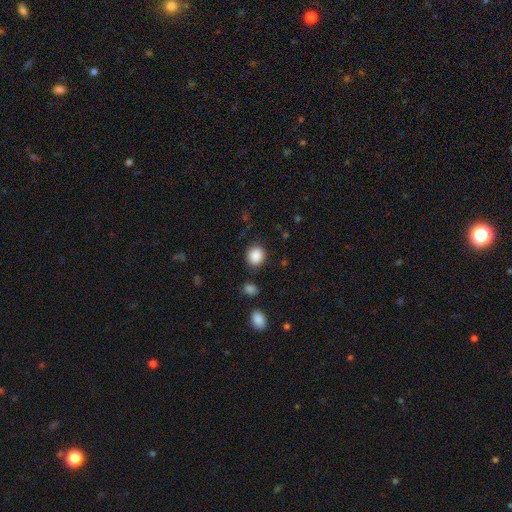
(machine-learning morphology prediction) smooth 89%, star or artifact 8%, featured or disk 3%. Down the decision tree: how rounded — round (79%); merging — none (85%).